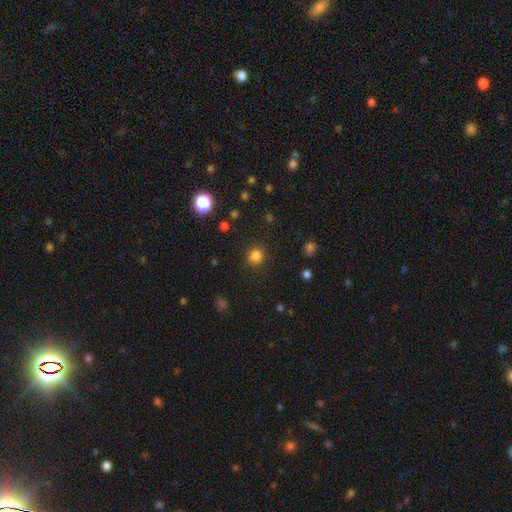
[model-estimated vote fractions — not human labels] Morphology: type=smooth (81%); roundness=round (90%); merging=none (88%).